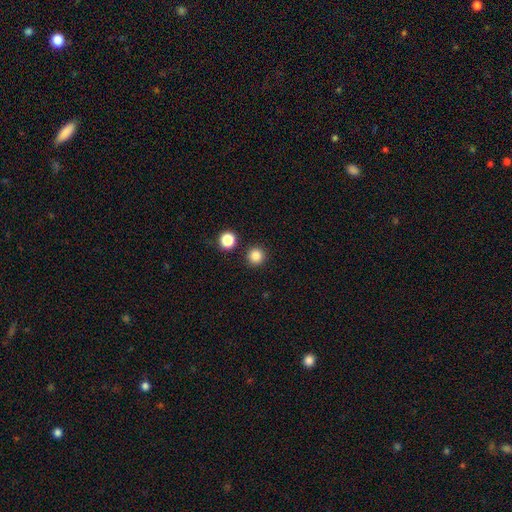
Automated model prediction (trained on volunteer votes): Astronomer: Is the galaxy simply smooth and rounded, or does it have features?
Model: smooth — 85%.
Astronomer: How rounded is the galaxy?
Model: round — 95%.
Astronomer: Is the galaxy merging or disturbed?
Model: none — 91%.